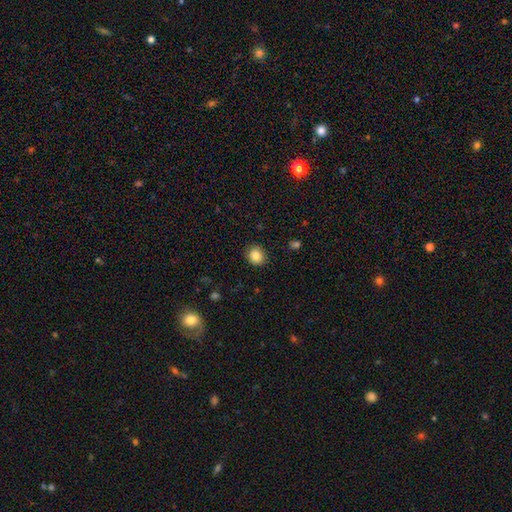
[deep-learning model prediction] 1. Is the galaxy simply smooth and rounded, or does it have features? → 85% smooth, 10% star or artifact, 5% featured or disk.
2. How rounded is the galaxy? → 78% round, 22% in between, 1% cigar-shaped.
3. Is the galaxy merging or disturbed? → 89% none, 7% minor disturbance, 2% major disturbance, 1% merger.